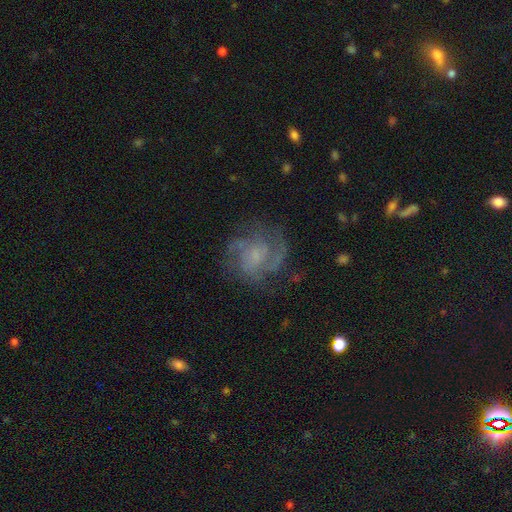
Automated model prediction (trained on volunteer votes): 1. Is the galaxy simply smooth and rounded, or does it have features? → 77% featured or disk, 14% smooth, 9% star or artifact.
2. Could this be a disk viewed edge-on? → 98% no, 2% yes.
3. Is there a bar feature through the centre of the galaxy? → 65% no, 30% weak, 5% strong.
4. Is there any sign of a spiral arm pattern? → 91% yes, 9% no.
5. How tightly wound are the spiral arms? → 46% medium, 38% tight, 16% loose.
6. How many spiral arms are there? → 29% 2, 27% 3, 26% can't tell, 7% 4, 6% 1, 5% more than 4.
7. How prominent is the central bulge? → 46% small, 27% none, 22% moderate, 4% large, 1% dominant.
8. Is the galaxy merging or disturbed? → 69% none, 17% minor disturbance, 13% major disturbance, 1% merger.